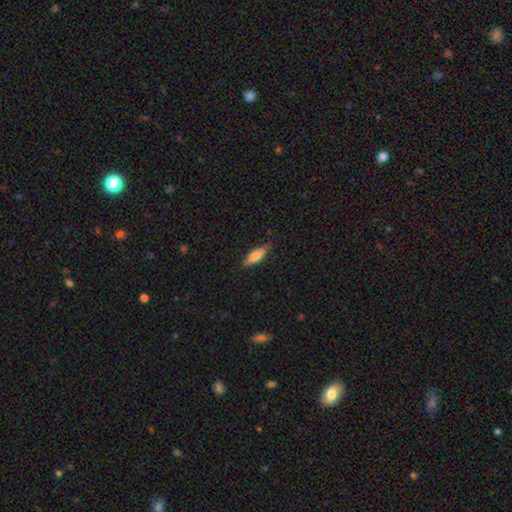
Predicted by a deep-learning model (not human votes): A smooth galaxy with no disk features (63%) that is cigar-shaped (61%).

Vote fractions:
- Smooth or featured? smooth: 63% / featured or disk: 31% / star or artifact: 6%
- How rounded? cigar-shaped: 61% / in between: 37% / round: 2%
- Merging? none: 84% / minor disturbance: 12% / major disturbance: 2% / merger: 1%